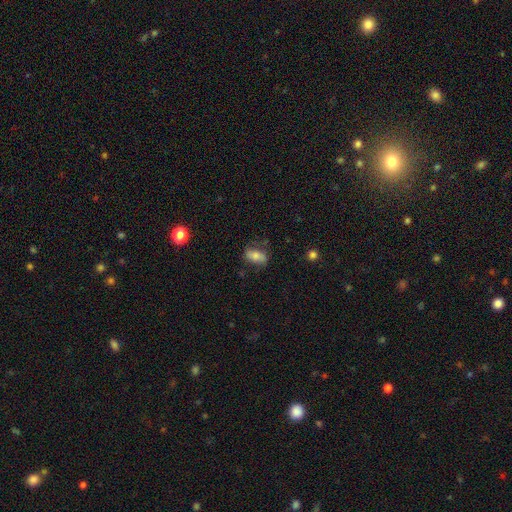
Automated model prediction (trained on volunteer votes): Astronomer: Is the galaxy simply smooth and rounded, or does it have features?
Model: smooth — 67%.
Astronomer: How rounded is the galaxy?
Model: in between — 86%.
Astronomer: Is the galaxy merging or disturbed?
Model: none — 66%.